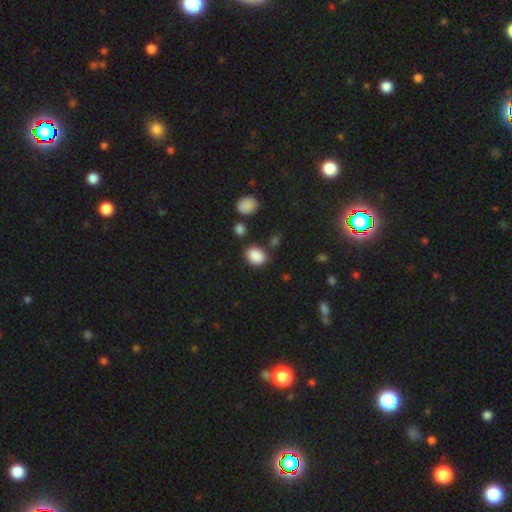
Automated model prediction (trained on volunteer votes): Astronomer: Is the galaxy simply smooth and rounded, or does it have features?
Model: smooth — 87%.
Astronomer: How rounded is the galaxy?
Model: in between — 63%.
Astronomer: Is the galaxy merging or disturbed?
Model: none — 78%.